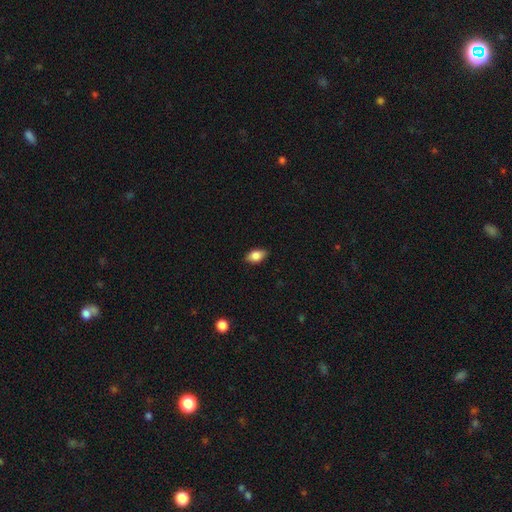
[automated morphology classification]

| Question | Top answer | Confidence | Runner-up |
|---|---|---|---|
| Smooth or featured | smooth | 82% | featured or disk (10%) |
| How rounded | in between | 88% | round (9%) |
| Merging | none | 85% | minor disturbance (12%) |